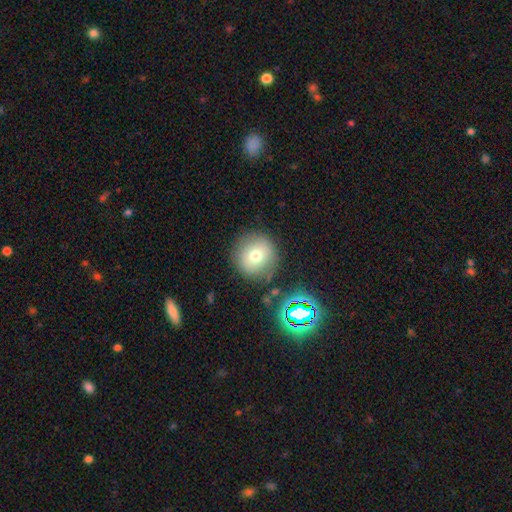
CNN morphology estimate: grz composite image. It shows a smooth galaxy with no disk features (70%) that is round (93%). Merging: none (82%).